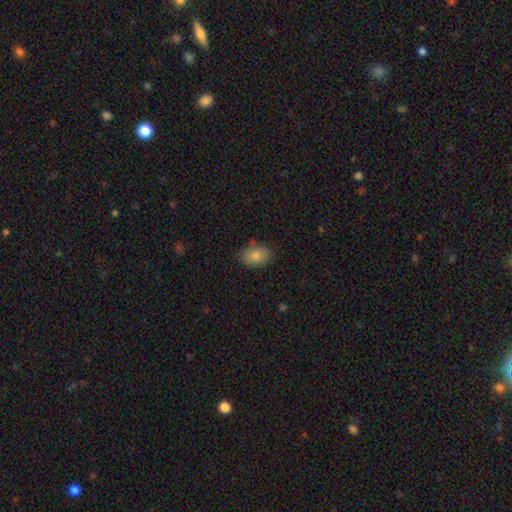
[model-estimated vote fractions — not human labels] A smooth galaxy with no disk features (84%) that is in between round and cigar-shaped (81%).

Vote fractions:
- Smooth or featured? smooth: 84% / star or artifact: 8% / featured or disk: 8%
- How rounded? in between: 81% / round: 18% / cigar-shaped: 1%
- Merging? none: 79% / minor disturbance: 16% / major disturbance: 3% / merger: 2%